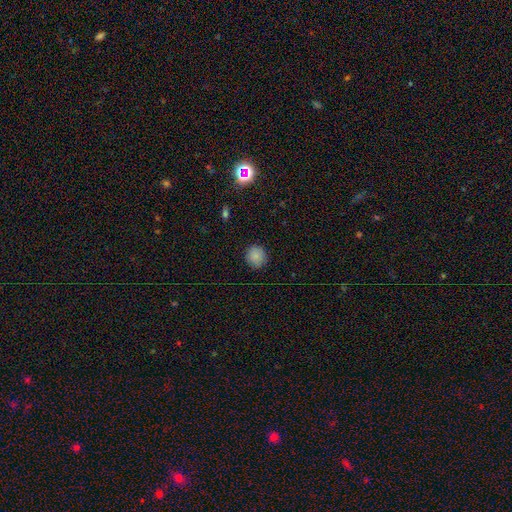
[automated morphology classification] This is clearly a smooth galaxy (86%). How rounded: clearly round (90%). Merging: clearly none (89%).